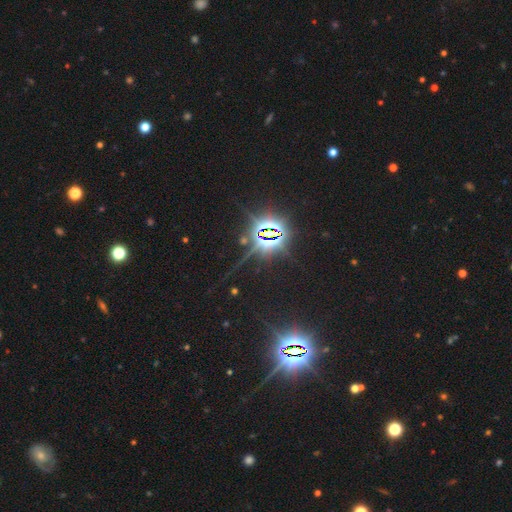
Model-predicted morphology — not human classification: Smooth or featured: star or artifact — 85% (smooth — 9%)